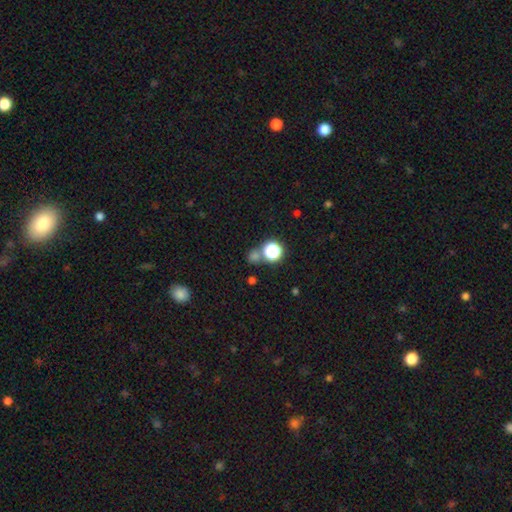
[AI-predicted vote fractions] Smooth or featured?
  - smooth: 54% *
  - star or artifact: 39%
  - featured or disk: 7%
How rounded?
  - round: 83% *
  - in between: 16%
  - cigar-shaped: 1%
Merging?
  - none: 68% *
  - merger: 19%
  - minor disturbance: 8%
  - major disturbance: 4%